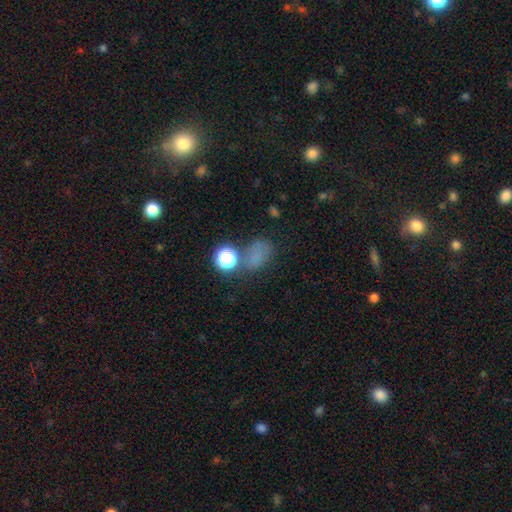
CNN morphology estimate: A smooth galaxy with no disk features (59%) that is in between round and cigar-shaped (58%).

Vote fractions:
- Smooth or featured? smooth: 59% / star or artifact: 31% / featured or disk: 10%
- How rounded? in between: 58% / round: 40% / cigar-shaped: 2%
- Merging? none: 51% / minor disturbance: 18% / merger: 16% / major disturbance: 15%